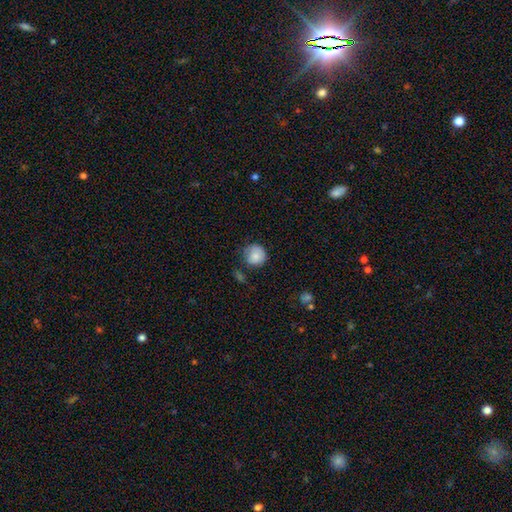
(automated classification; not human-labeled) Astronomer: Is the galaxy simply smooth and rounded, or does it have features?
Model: smooth — 83%.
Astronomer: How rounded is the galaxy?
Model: round — 89%.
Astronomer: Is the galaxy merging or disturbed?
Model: none — 63%.